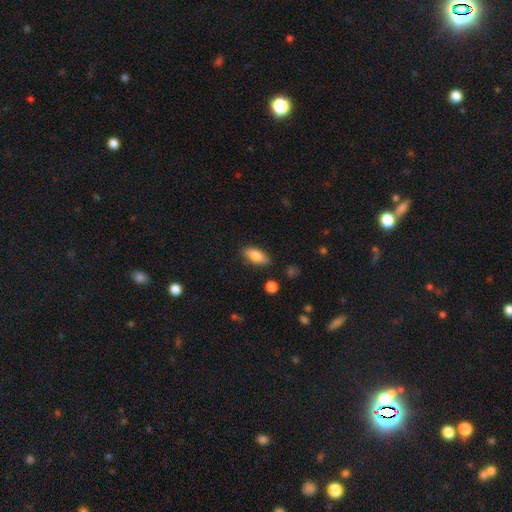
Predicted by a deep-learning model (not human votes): smooth_or_featured: smooth (p=0.72) [alt: featured or disk p=0.21]
how_rounded: in between (p=0.79) [alt: cigar-shaped p=0.17]
merging: none (p=0.85) [alt: minor disturbance p=0.11]